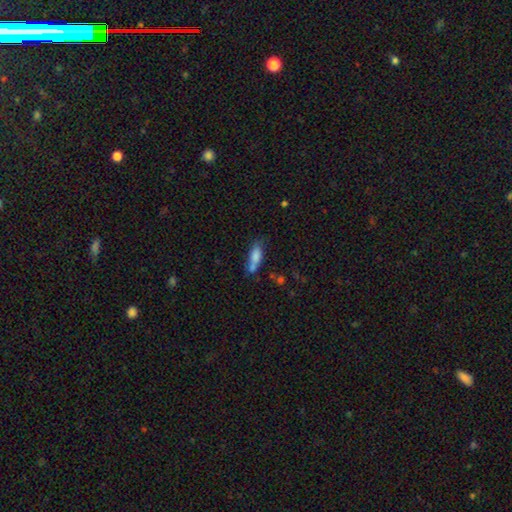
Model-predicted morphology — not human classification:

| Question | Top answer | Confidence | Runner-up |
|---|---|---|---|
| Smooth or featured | smooth | 77% | featured or disk (15%) |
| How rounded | in between | 56% | cigar-shaped (41%) |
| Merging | none | 44% | minor disturbance (25%) |